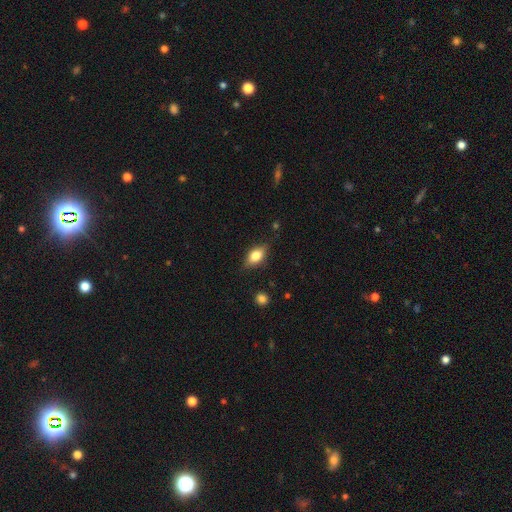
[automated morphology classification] This appears to be a smooth galaxy with no disk features (69%) that is in between round and cigar-shaped (81%). Merging: none (79%).